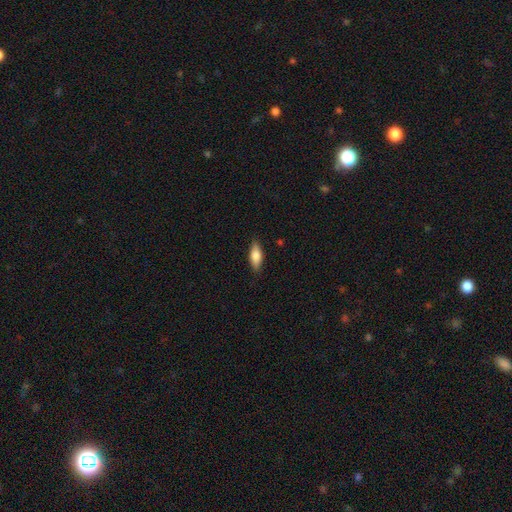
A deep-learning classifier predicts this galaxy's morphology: Smooth or featured: smooth — 78% (featured or disk — 16%)
How rounded: in between — 72% (cigar-shaped — 25%)
Merging: none — 86% (minor disturbance — 11%)